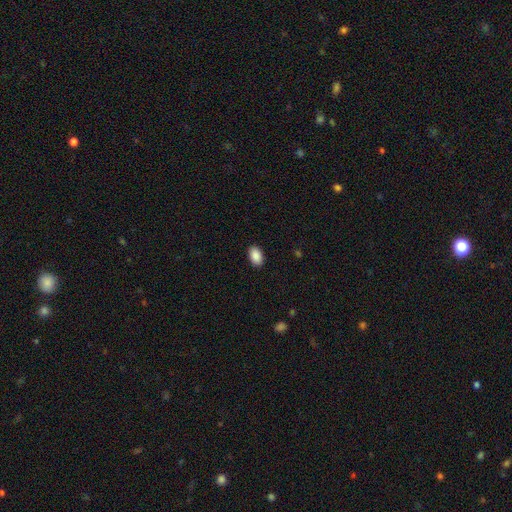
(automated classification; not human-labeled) A smooth galaxy with no disk features (90%) that is in between round and cigar-shaped (92%). Merging: none (90%).